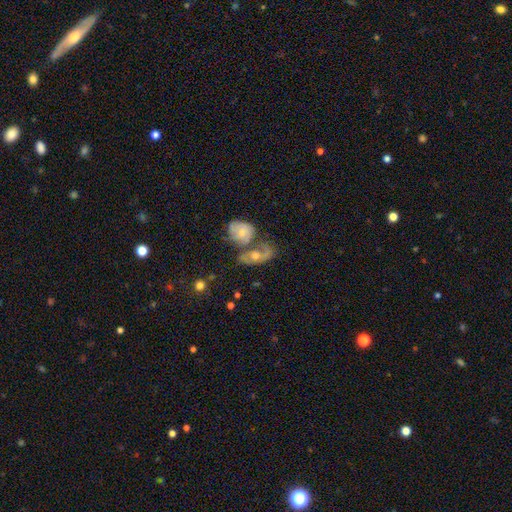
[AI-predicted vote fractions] A featured or disk galaxy (59%) with no bar (73%), spiral arms (71%) and a moderate central bulge (58%).

Vote fractions:
- Smooth or featured? featured or disk: 59% / smooth: 30% / star or artifact: 11%
- Edge-on disk? no: 89% / yes: 11%
- Bar? no: 73% / weak: 21% / strong: 6%
- Spiral arms? yes: 71% / no: 29%
- Bulge size? moderate: 58% / small: 32% / large: 6% / none: 3% / dominant: 2%
- Merging? merger: 46% / none: 30% / minor disturbance: 13% / major disturbance: 11%